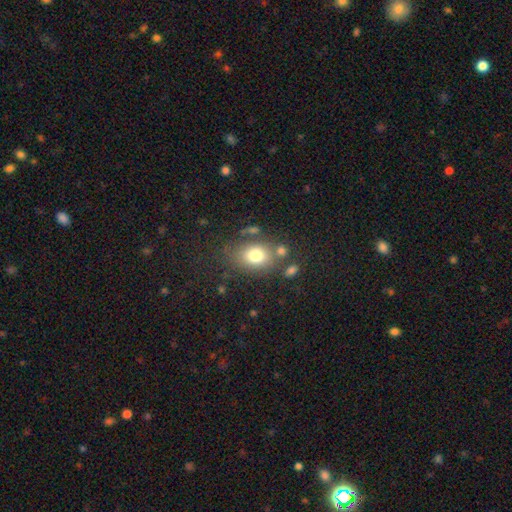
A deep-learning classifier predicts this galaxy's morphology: Q: Smooth or featured?
A: smooth (77%); runner-up: featured or disk (12%)
Q: How rounded?
A: in between (63%); runner-up: round (36%)
Q: Merging?
A: none (68%); runner-up: minor disturbance (15%)